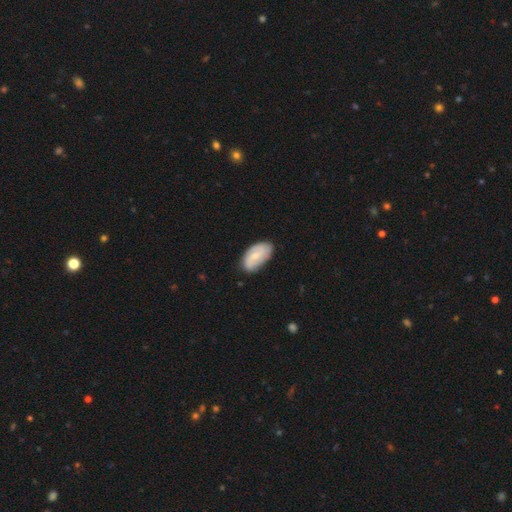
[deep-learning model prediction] Smooth or featured? featured or disk (52%)
Edge-on disk? no (95%)
Merging? none (74%)